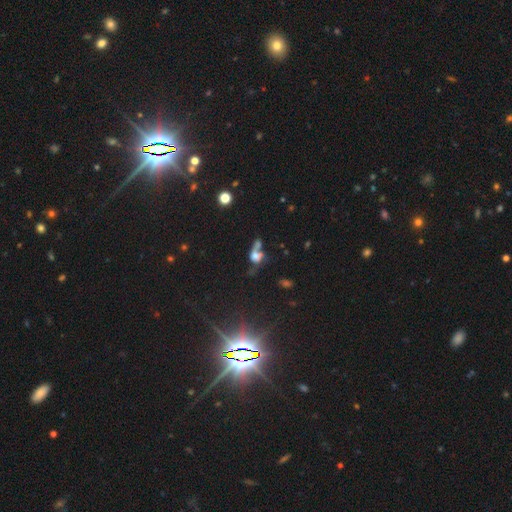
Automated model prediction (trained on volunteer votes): smooth 50%, featured or disk 29%, star or artifact 21%. Down the decision tree: how rounded — in between (53%); merging — merger (47%).